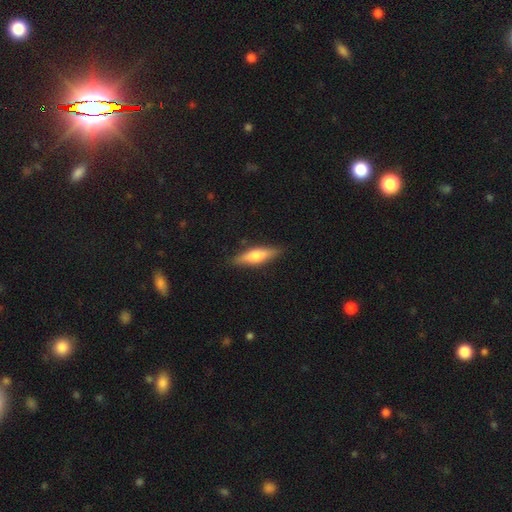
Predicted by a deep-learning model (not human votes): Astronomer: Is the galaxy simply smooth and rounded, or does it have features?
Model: smooth — 58% (runner-up: featured or disk, 36%).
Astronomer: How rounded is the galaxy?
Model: cigar-shaped — 61% (runner-up: in between, 37%).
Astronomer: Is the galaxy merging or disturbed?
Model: none — 86%.